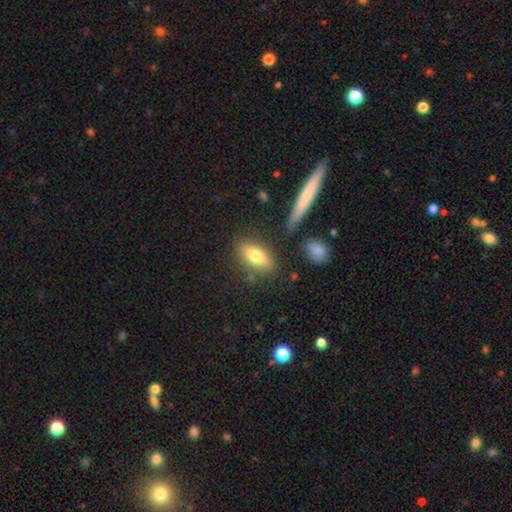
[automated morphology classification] This is likely a smooth galaxy (74%). How rounded: clearly in between (82%). Merging: likely none (76%).